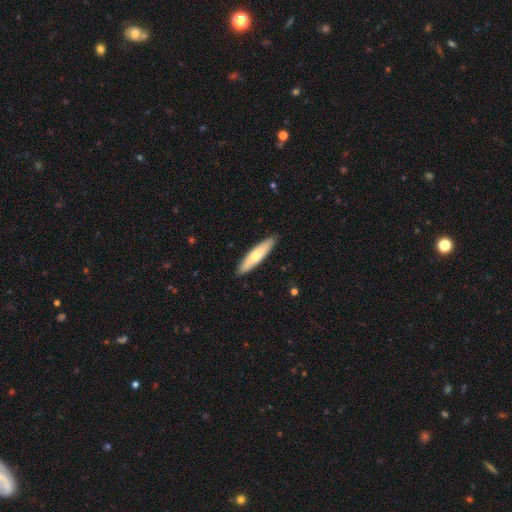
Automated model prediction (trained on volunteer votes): smooth 61%, featured or disk 34%, star or artifact 5%. Down the decision tree: how rounded — cigar-shaped (75%); merging — none (90%).